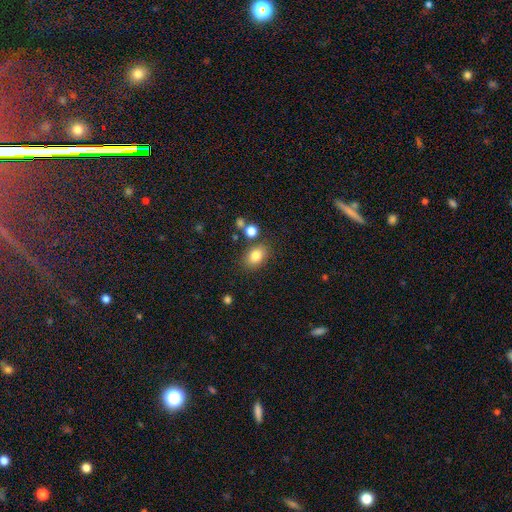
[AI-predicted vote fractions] Q: Smooth or featured?
A: smooth (82%); runner-up: star or artifact (10%)
Q: How rounded?
A: in between (73%); runner-up: round (26%)
Q: Merging?
A: none (77%); runner-up: minor disturbance (12%)